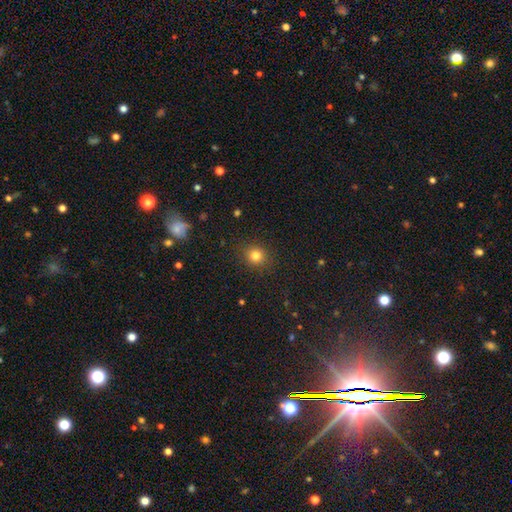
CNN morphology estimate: A smooth galaxy with no disk features (81%) that is round (83%). Merging: none (88%).